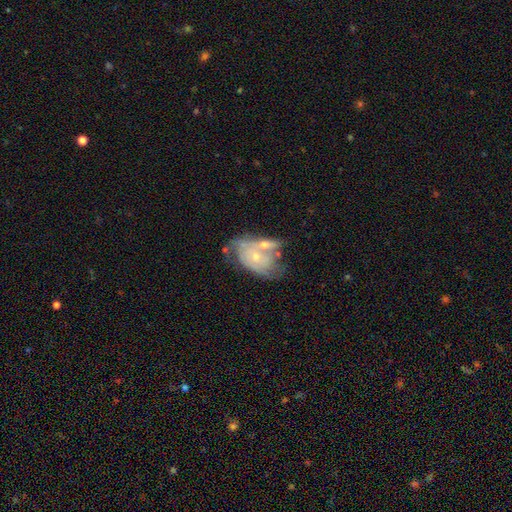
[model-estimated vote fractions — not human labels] Morphology: type=featured or disk (69%); edge-on=no (95%); bar=no (81%); spiral arms=yes (73%); bulge=small (67%); merging=merger (39%).